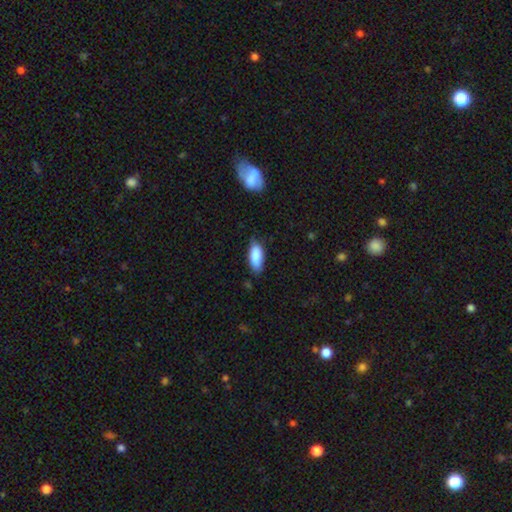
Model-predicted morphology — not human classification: Smooth or featured? Predicted: smooth (p=0.86). How rounded? Predicted: in between (p=0.83). Merging? Predicted: none (p=0.69).